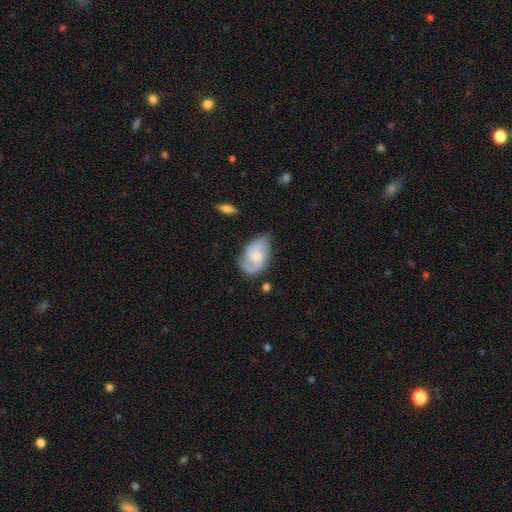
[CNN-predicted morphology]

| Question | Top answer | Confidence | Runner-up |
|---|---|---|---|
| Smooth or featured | featured or disk | 63% | smooth (30%) |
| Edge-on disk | no | 97% | yes (3%) |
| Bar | no | 61% | weak (34%) |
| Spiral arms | yes | 89% | no (11%) |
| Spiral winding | medium | 47% | loose (30%) |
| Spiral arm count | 2 | 71% | can't tell (13%) |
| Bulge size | moderate | 43% | small (38%) |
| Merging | none | 53% | minor disturbance (32%) |